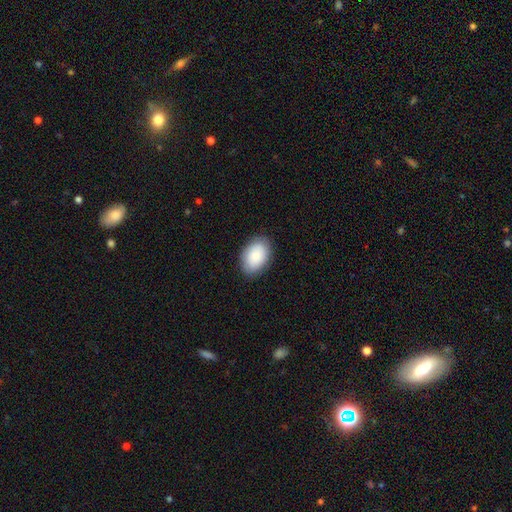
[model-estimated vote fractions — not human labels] Smooth or featured: smooth — 86% (featured or disk — 8%)
How rounded: in between — 88% (round — 10%)
Merging: none — 85% (minor disturbance — 11%)